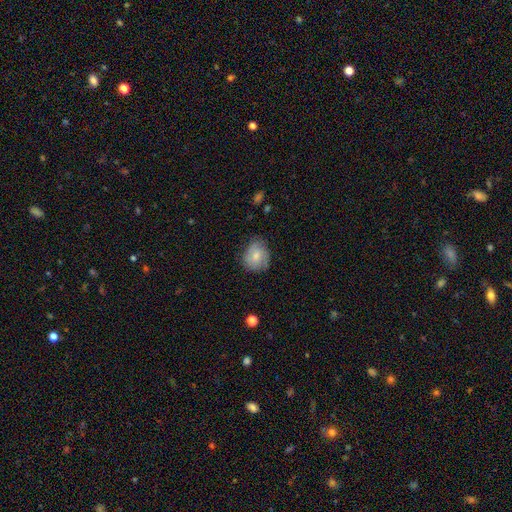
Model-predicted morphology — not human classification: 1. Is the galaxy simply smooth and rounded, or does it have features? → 70% smooth, 22% featured or disk, 7% star or artifact.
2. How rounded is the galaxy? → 65% round, 34% in between, 1% cigar-shaped.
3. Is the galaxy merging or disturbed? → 67% none, 26% minor disturbance, 6% major disturbance, 1% merger.